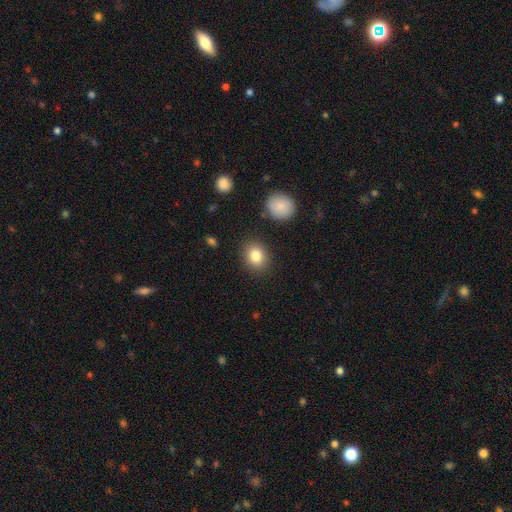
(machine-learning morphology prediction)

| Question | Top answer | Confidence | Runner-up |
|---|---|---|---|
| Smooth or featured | smooth | 83% | star or artifact (9%) |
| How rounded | round | 54% | in between (45%) |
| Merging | none | 85% | minor disturbance (9%) |